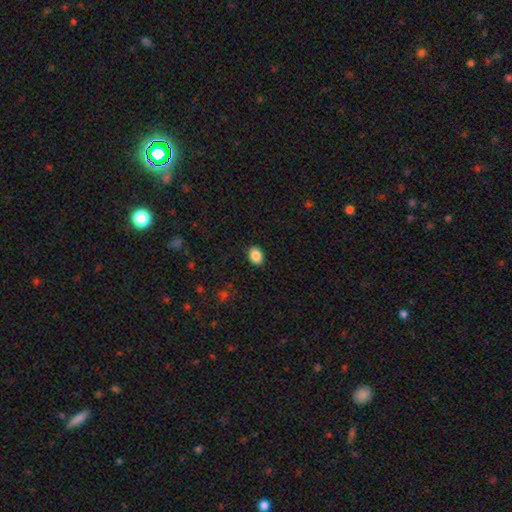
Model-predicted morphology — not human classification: smooth 88%, star or artifact 8%, featured or disk 4%. Down the decision tree: how rounded — in between (68%); merging — none (90%).